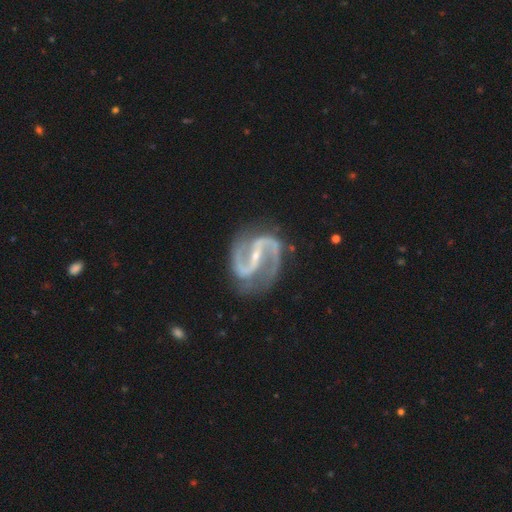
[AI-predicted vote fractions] smooth-or-featured: featured or disk: 94% | star or artifact: 4% | smooth: 2%
  disk-edge-on: no: 98% | yes: 2%
    bar: strong: 65% | weak: 24% | no: 11%
    has-spiral-arms: yes: 98% | no: 2%
      spiral-winding: medium: 59% | loose: 25% | tight: 16%
      spiral-arm-count: 2: 94% | 3: 1% | can't tell: 1% | 1: 1% | 4: 1% | more than 4: 1%
    bulge-size: small: 80% | moderate: 15% | none: 3% | large: 1% | dominant: 1%
  merging: none: 78% | minor disturbance: 14% | major disturbance: 6% | merger: 2%